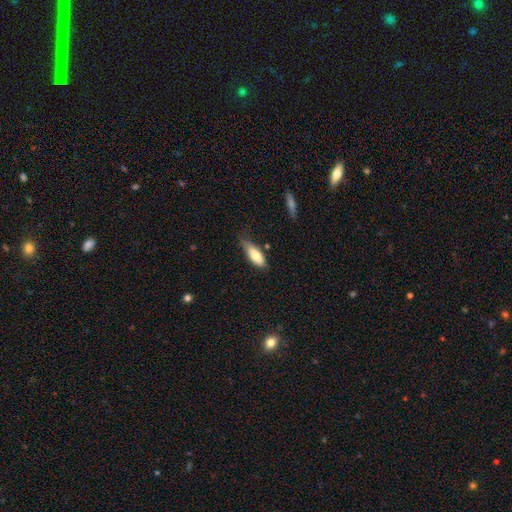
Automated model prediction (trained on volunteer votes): Smooth or featured: smooth — 77% (featured or disk — 16%)
How rounded: in between — 76% (cigar-shaped — 22%)
Merging: none — 48% (minor disturbance — 39%)